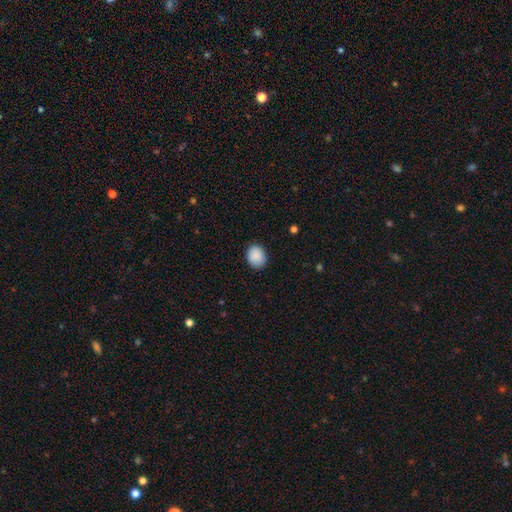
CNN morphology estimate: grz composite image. It shows a smooth galaxy with no disk features (90%) that is round (54%). Merging: none (87%).